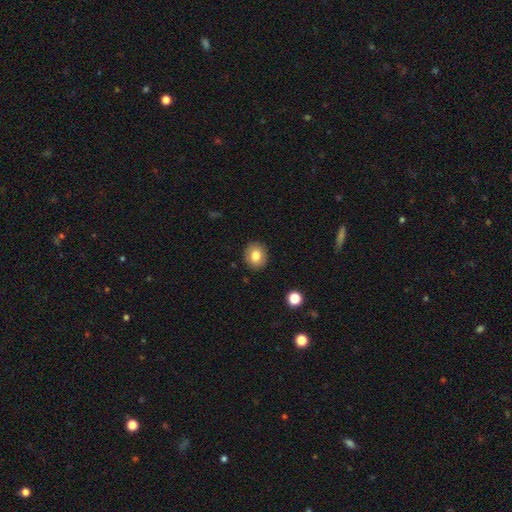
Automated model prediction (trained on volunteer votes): Smooth or featured?
  - smooth: 80% *
  - featured or disk: 11%
  - star or artifact: 9%
How rounded?
  - round: 76% *
  - in between: 23%
  - cigar-shaped: 1%
Merging?
  - none: 90% *
  - minor disturbance: 7%
  - major disturbance: 2%
  - merger: 1%